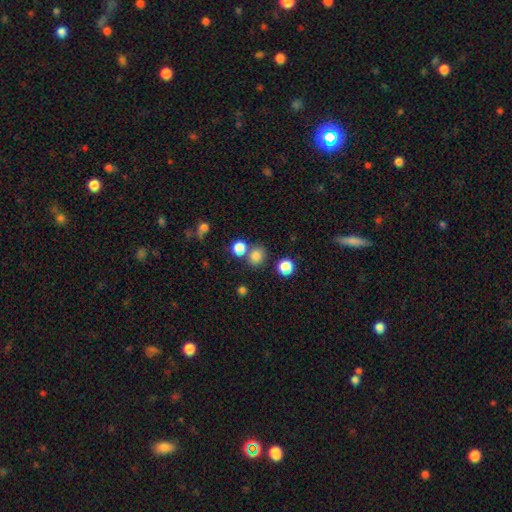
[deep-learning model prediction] A smooth galaxy with no disk features (79%) that is round (78%).

Vote fractions:
- Smooth or featured? smooth: 79% / star or artifact: 16% / featured or disk: 5%
- How rounded? round: 78% / in between: 21% / cigar-shaped: 1%
- Merging? none: 69% / merger: 18% / minor disturbance: 9% / major disturbance: 4%